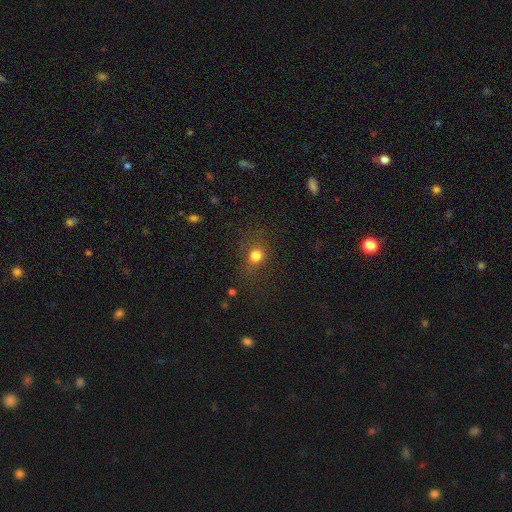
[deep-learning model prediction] Morphology: type=smooth (76%); roundness=round (78%); merging=none (77%).